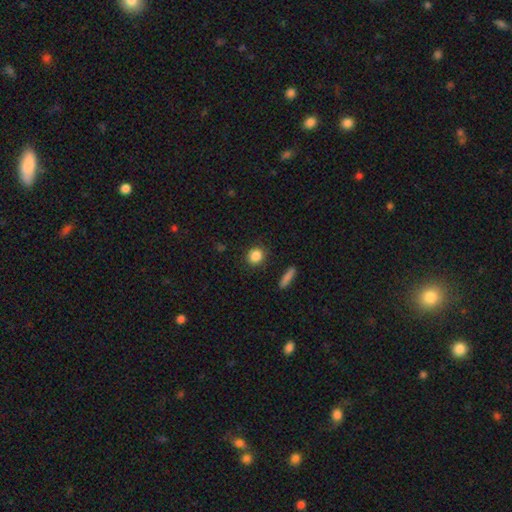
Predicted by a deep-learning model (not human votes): smooth 87%, star or artifact 9%, featured or disk 4%. Down the decision tree: how rounded — round (76%); merging — none (89%).